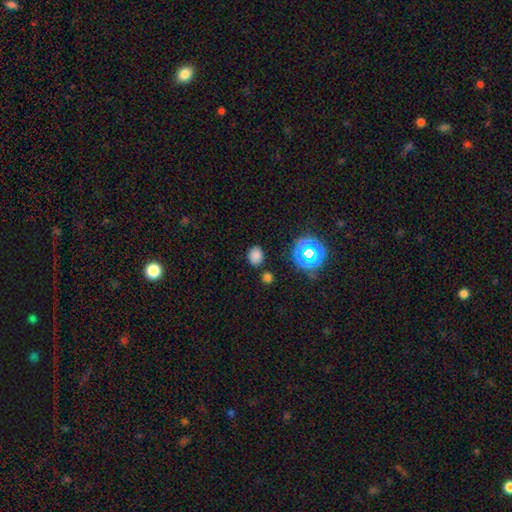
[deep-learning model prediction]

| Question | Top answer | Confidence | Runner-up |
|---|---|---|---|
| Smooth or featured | smooth | 73% | star or artifact (22%) |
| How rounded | in between | 56% | round (43%) |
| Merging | none | 82% | minor disturbance (11%) |